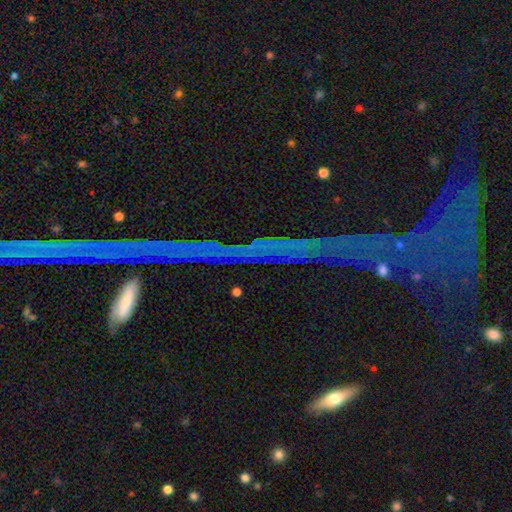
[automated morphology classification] Smooth or featured: star or artifact — 65% (featured or disk — 21%)